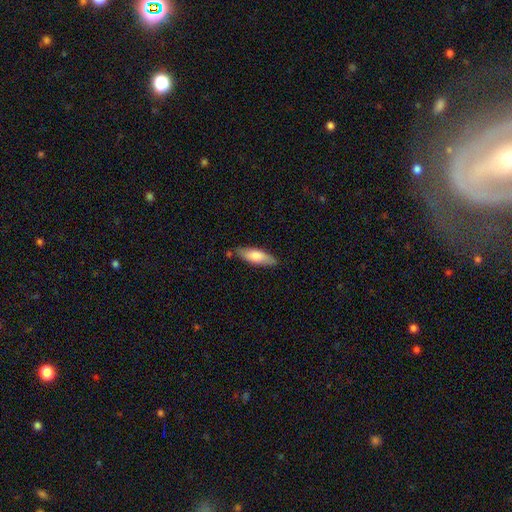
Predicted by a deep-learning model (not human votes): A smooth galaxy with no disk features (75%) that is in between round and cigar-shaped (52%).

Vote fractions:
- Smooth or featured? smooth: 75% / featured or disk: 19% / star or artifact: 6%
- How rounded? in between: 52% / cigar-shaped: 46% / round: 2%
- Merging? none: 80% / minor disturbance: 15% / merger: 3% / major disturbance: 3%